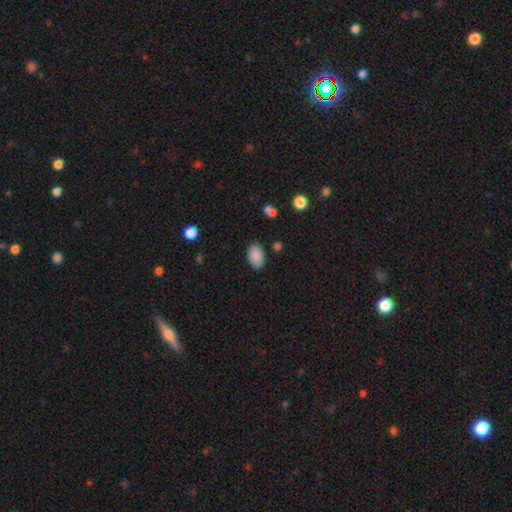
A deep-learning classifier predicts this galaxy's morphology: Smooth or featured? Predicted: smooth (p=0.88). How rounded? Predicted: in between (p=0.90). Merging? Predicted: none (p=0.86).